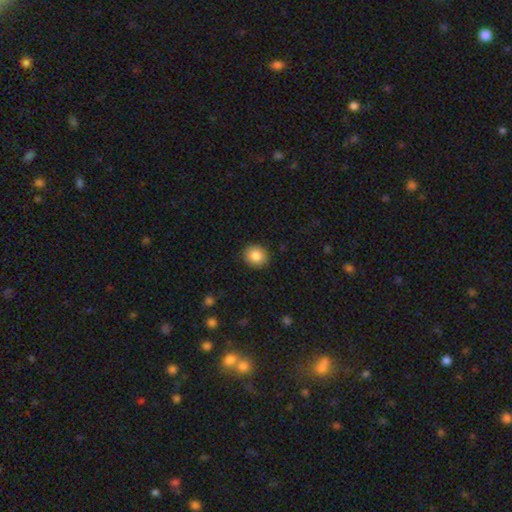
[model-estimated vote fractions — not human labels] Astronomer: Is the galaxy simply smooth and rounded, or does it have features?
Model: smooth — 85%.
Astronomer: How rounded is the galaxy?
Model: round — 82%.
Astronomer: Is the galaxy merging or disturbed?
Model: none — 90%.